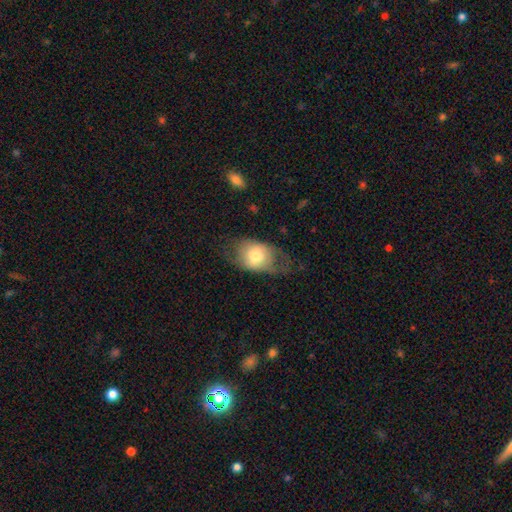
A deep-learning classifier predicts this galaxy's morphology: This is likely a smooth galaxy (64%). How rounded: likely in between (72%). Merging: possibly none (46%).